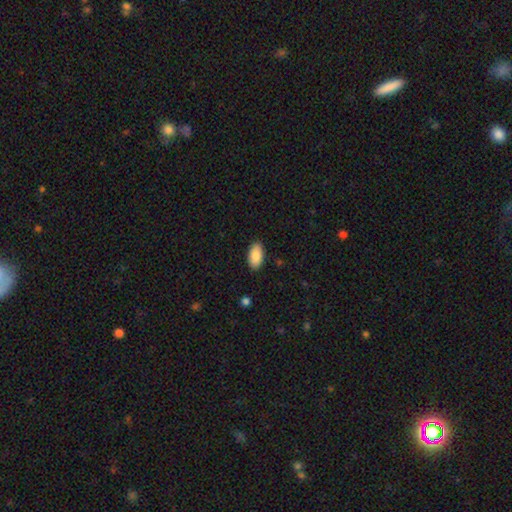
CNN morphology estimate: Smooth or featured? Predicted: smooth (p=0.89). How rounded? Predicted: in between (p=0.95). Merging? Predicted: none (p=0.88).